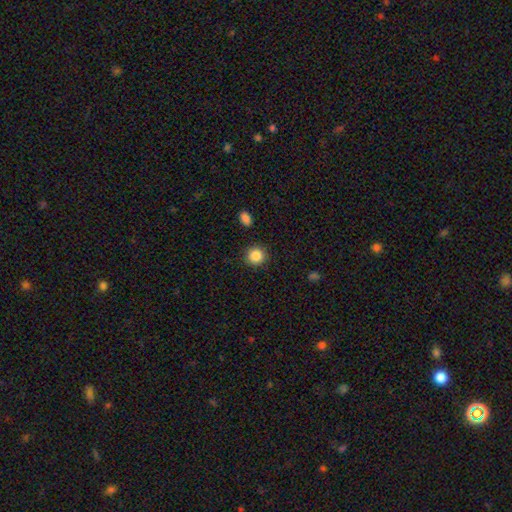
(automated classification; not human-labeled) A smooth galaxy with no disk features (86%) that is round (92%).

Vote fractions:
- Smooth or featured? smooth: 86% / star or artifact: 9% / featured or disk: 4%
- How rounded? round: 92% / in between: 7% / cigar-shaped: 1%
- Merging? none: 90% / minor disturbance: 6% / major disturbance: 2% / merger: 2%